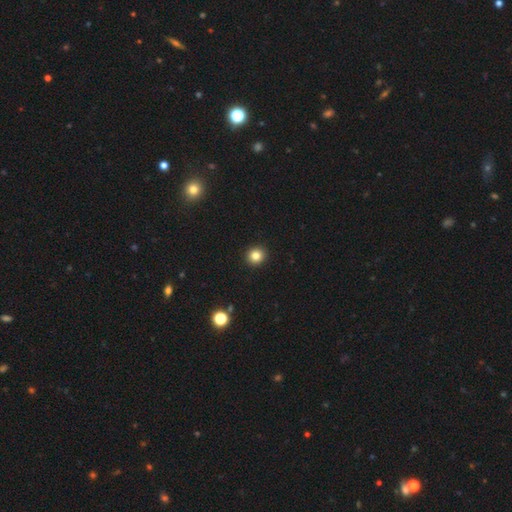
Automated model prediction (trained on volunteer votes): smooth-or-featured: smooth: 83% | star or artifact: 12% | featured or disk: 5%
  how-rounded: round: 91% | in between: 8% | cigar-shaped: 1%
  merging: none: 93% | minor disturbance: 4% | major disturbance: 1% | merger: 1%